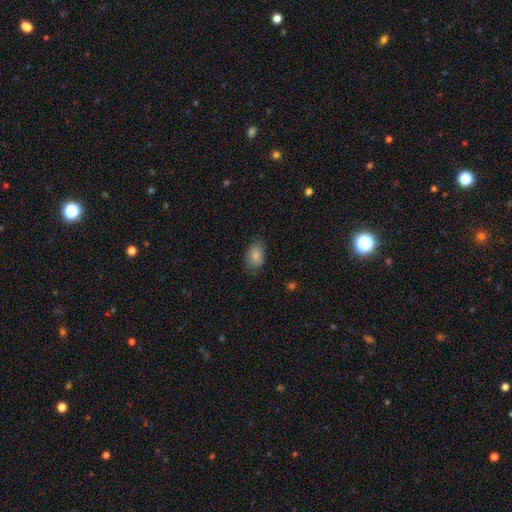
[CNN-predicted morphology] A smooth galaxy with no disk features (86%) that is in between round and cigar-shaped (85%).

Vote fractions:
- Smooth or featured? smooth: 86% / star or artifact: 7% / featured or disk: 7%
- How rounded? in between: 85% / round: 14% / cigar-shaped: 1%
- Merging? none: 76% / minor disturbance: 19% / major disturbance: 4% / merger: 1%